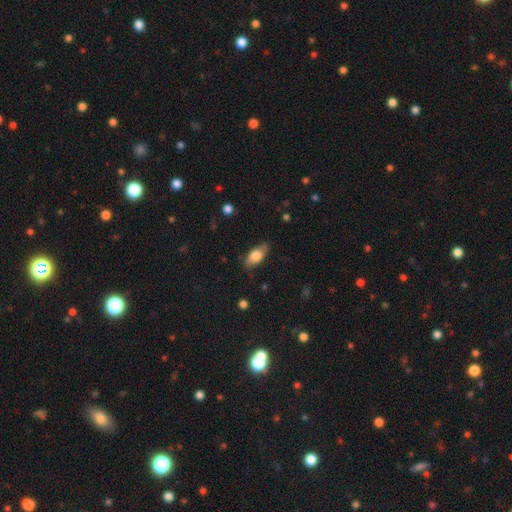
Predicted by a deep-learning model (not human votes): Smooth or featured? smooth (71%)
How rounded? in between (85%)
Merging? none (77%)